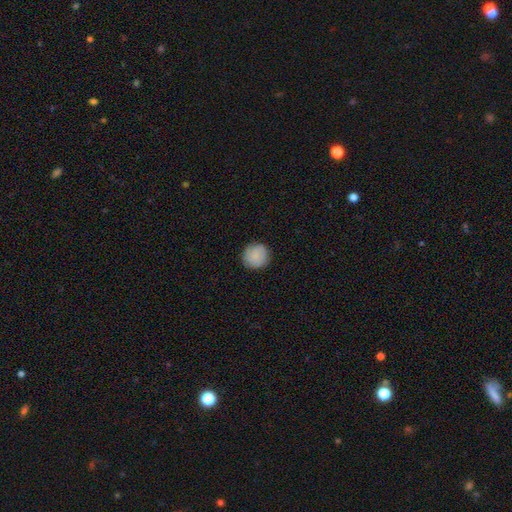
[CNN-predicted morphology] Overall: smooth (88%). How rounded: round (92%). Merging: none (88%).